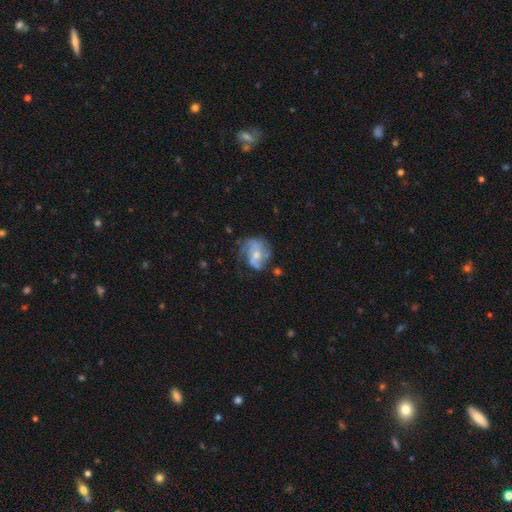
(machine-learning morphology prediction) A featured or disk galaxy (64%) with no bar (60%), spiral arms (71%) and a small central bulge (46%).

Vote fractions:
- Smooth or featured? featured or disk: 64% / smooth: 27% / star or artifact: 9%
- Edge-on disk? no: 97% / yes: 3%
- Bar? no: 60% / weak: 32% / strong: 8%
- Spiral arms? yes: 71% / no: 29%
- Bulge size? small: 46% / moderate: 43% / none: 6% / large: 3% / dominant: 1%
- Merging? none: 47% / minor disturbance: 25% / major disturbance: 23% / merger: 5%